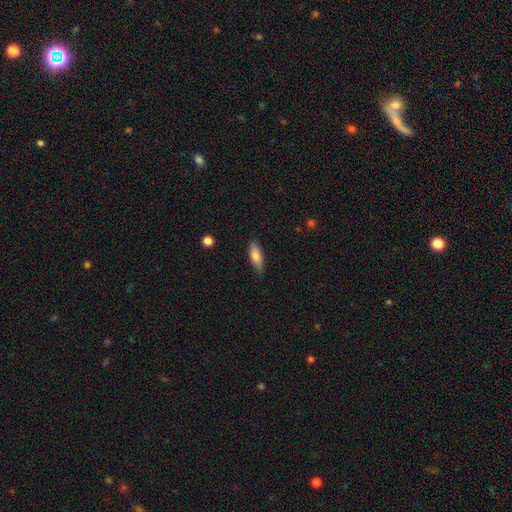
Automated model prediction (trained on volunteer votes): A smooth galaxy with no disk features (80%) that is in between round and cigar-shaped (59%). Merging: none (81%).